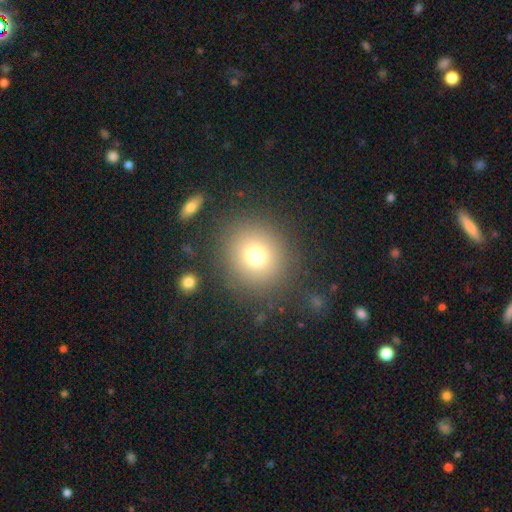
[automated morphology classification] Smooth or featured: smooth — 72% (star or artifact — 16%)
How rounded: round — 90% (in between — 9%)
Merging: none — 84% (minor disturbance — 8%)